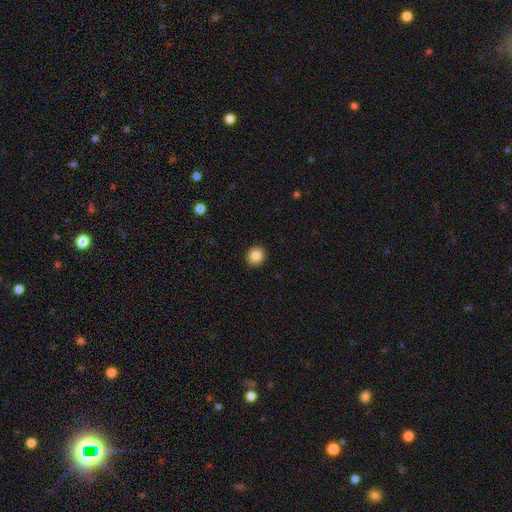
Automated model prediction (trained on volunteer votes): Smooth or featured? smooth (85%)
How rounded? round (82%)
Merging? none (92%)